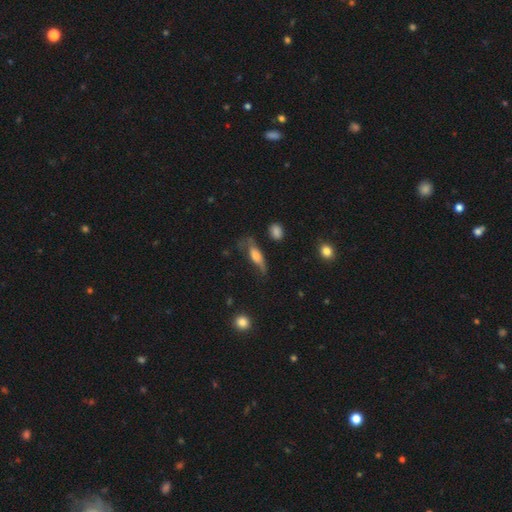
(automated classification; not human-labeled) This is possibly a smooth galaxy (52%). How rounded: possibly in between (58%). Merging: marginally none (44%).